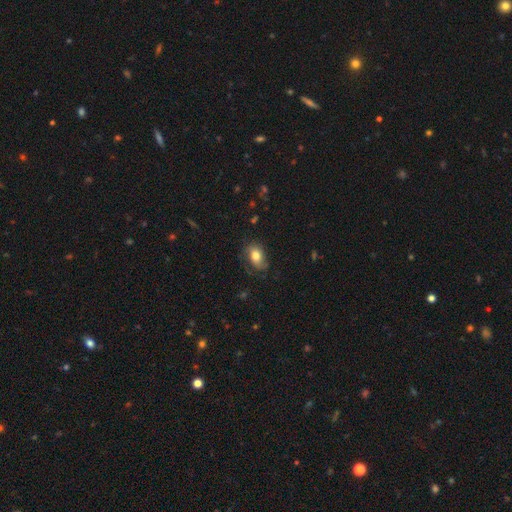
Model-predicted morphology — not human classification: Q: Smooth or featured?
A: smooth (70%); runner-up: featured or disk (22%)
Q: How rounded?
A: in between (78%); runner-up: round (20%)
Q: Merging?
A: none (62%); runner-up: minor disturbance (25%)